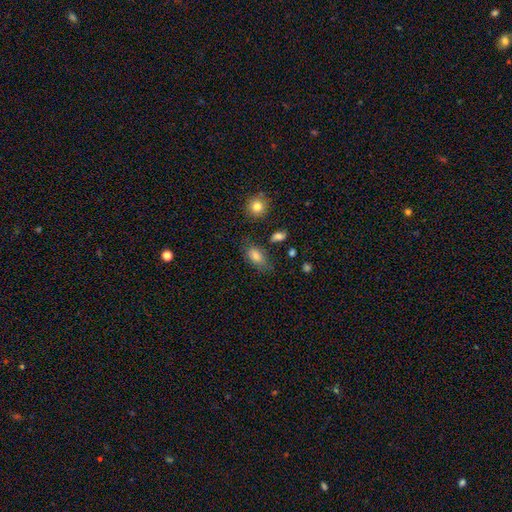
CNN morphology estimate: A smooth galaxy with no disk features (79%) that is in between round and cigar-shaped (87%).

Vote fractions:
- Smooth or featured? smooth: 79% / featured or disk: 11% / star or artifact: 10%
- How rounded? in between: 87% / round: 8% / cigar-shaped: 5%
- Merging? none: 68% / minor disturbance: 22% / major disturbance: 6% / merger: 4%